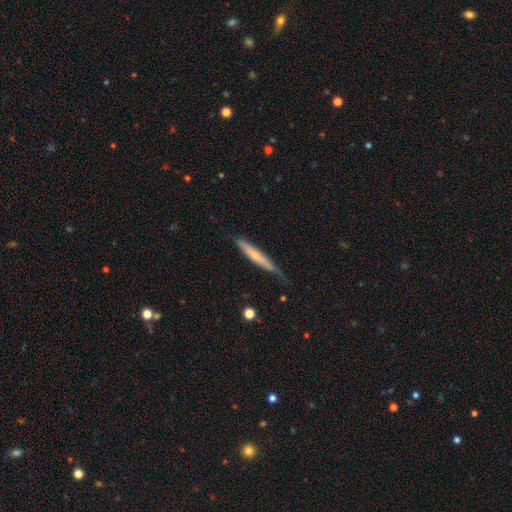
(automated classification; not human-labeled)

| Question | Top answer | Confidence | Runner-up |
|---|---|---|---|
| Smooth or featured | smooth | 54% | featured or disk (40%) |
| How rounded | cigar-shaped | 93% | in between (5%) |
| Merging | none | 61% | minor disturbance (31%) |